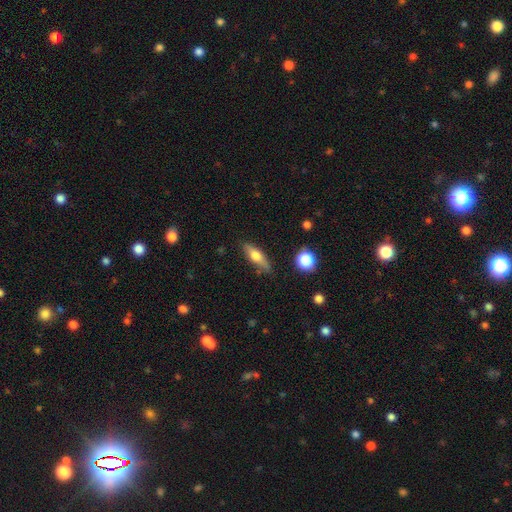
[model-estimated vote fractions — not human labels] This appears to be a smooth galaxy with no disk features (54%) that is cigar-shaped (48%). Merging: none (78%).